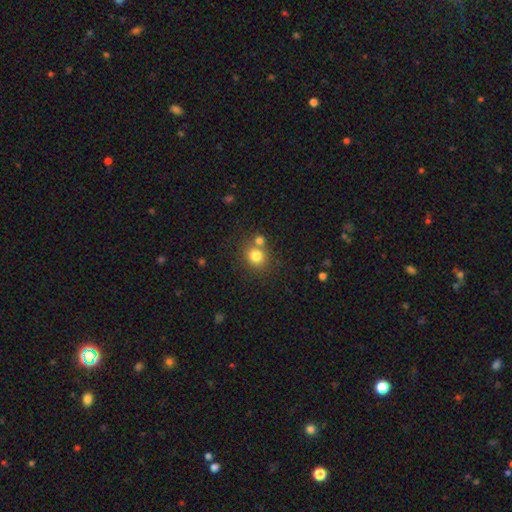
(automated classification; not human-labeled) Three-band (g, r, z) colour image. It shows a smooth galaxy with no disk features (80%) that is round (80%). Merging: none (64%).